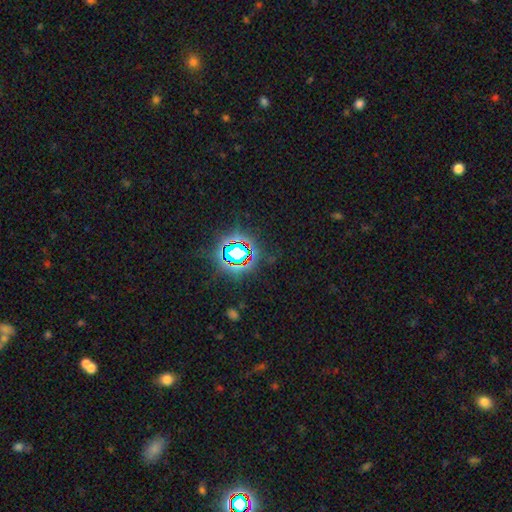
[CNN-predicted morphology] Q: Smooth or featured?
A: star or artifact (80%); runner-up: smooth (12%)